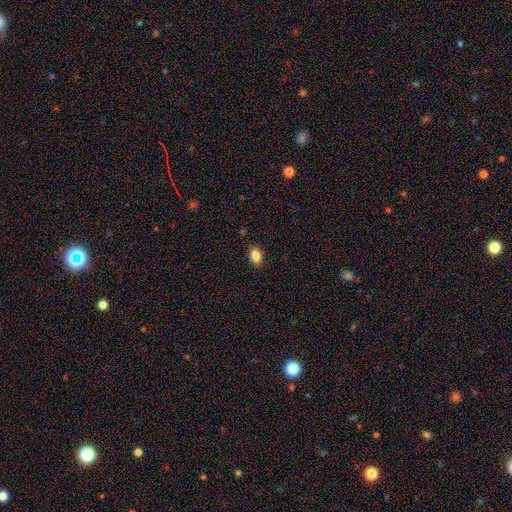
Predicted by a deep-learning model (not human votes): Smooth or featured: smooth — 86% (star or artifact — 9%)
How rounded: in between — 88% (round — 10%)
Merging: none — 86% (minor disturbance — 10%)